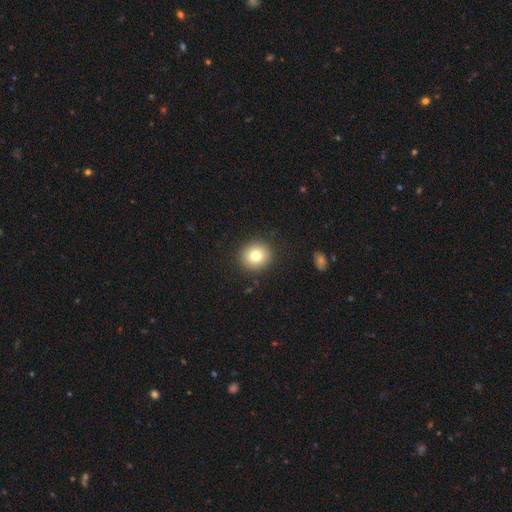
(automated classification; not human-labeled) Smooth or featured? smooth (79%)
How rounded? round (87%)
Merging? none (90%)